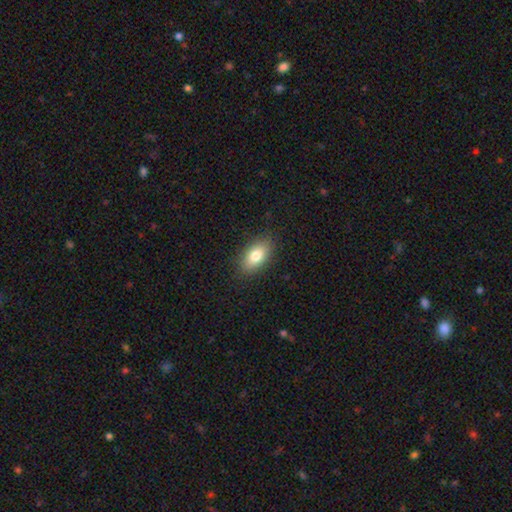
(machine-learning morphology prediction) This appears to be a smooth galaxy with no disk features (80%) that is in between round and cigar-shaped (89%). Merging: none (86%).